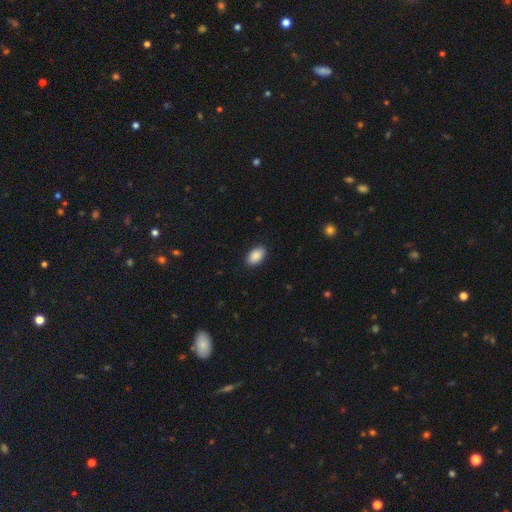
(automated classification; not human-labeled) Smooth or featured: smooth — 90% (star or artifact — 7%)
How rounded: in between — 93% (round — 6%)
Merging: none — 89% (minor disturbance — 8%)